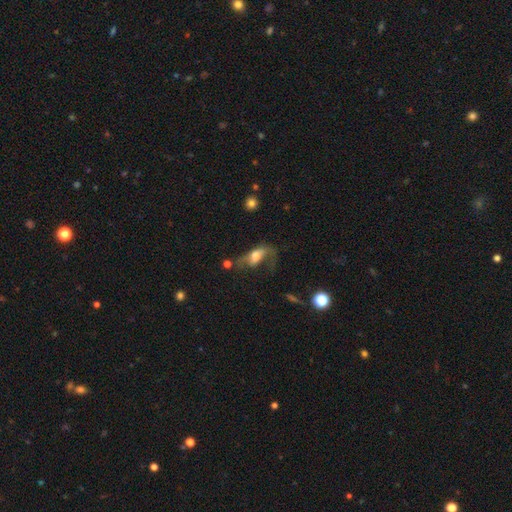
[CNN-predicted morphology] This is possibly a featured or disk galaxy (48%). Merging: marginally major disturbance (45%).